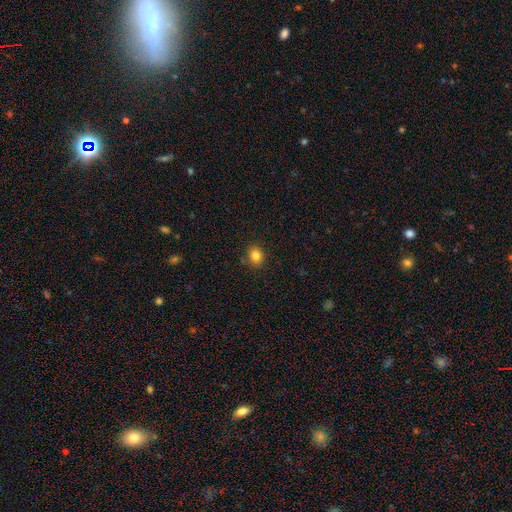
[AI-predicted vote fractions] smooth 83%, star or artifact 11%, featured or disk 6%. Down the decision tree: how rounded — round (63%); merging — none (85%).